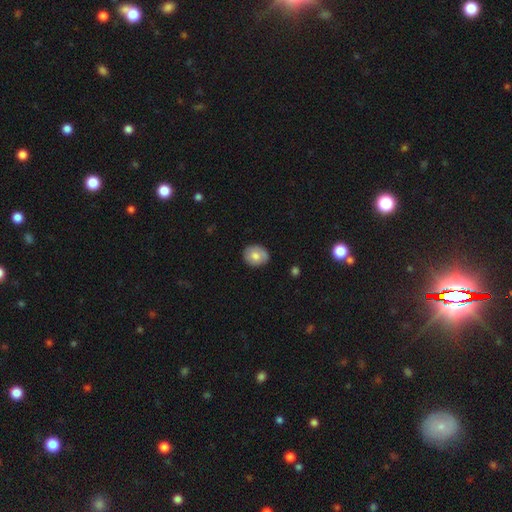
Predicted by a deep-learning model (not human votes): Overall: smooth (74%). How rounded: round (62%; in between 37%). Merging: none (80%).